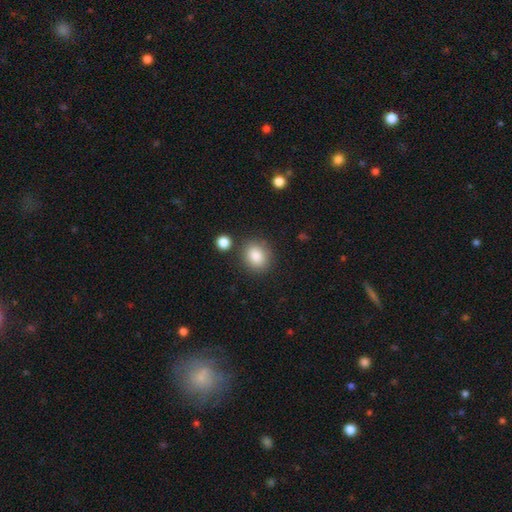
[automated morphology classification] The model was most divided on "how rounded": round: 62%, in between: 37%, cigar-shaped: 1%. More confident: smooth or featured — smooth (86%); merging — none (80%).